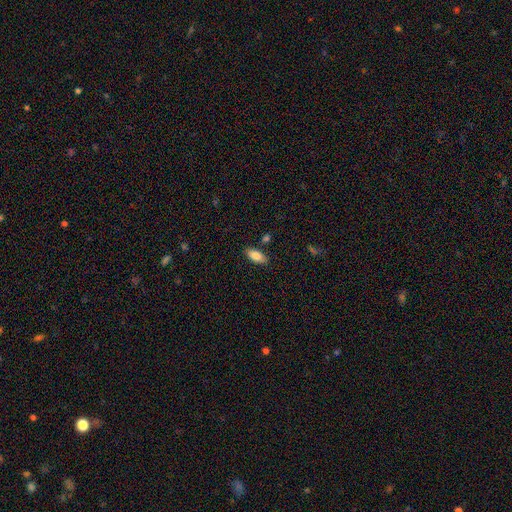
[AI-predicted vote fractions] smooth_or_featured: smooth (p=0.84) [alt: featured or disk p=0.10]
how_rounded: in between (p=0.87) [alt: cigar-shaped p=0.10]
merging: none (p=0.84) [alt: minor disturbance p=0.11]